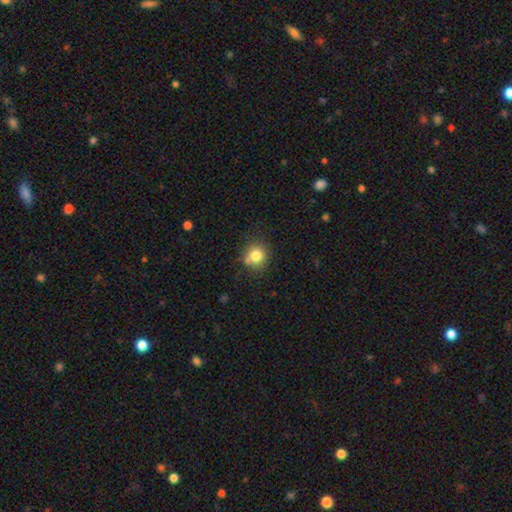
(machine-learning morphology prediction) type=smooth (80%); roundness=round (87%); merging=none (73%).